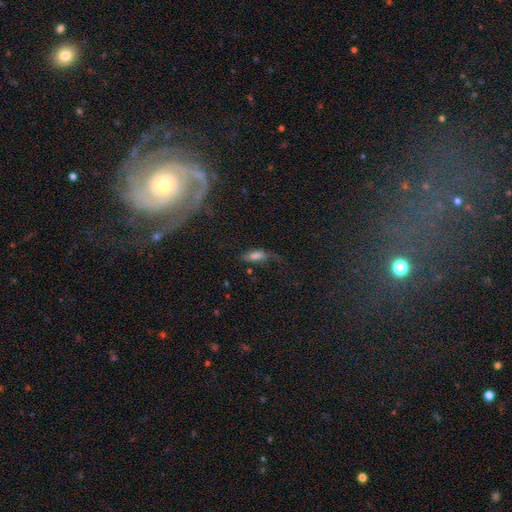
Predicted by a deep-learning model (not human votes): This appears to be a smooth galaxy with no disk features (69%) that is in between round and cigar-shaped (72%). Merging: none (42%).